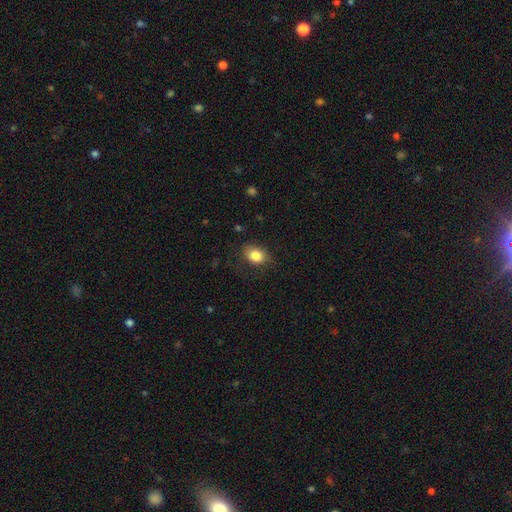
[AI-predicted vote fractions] This is clearly a smooth galaxy (84%). How rounded: likely in between (60%). Merging: likely none (78%).